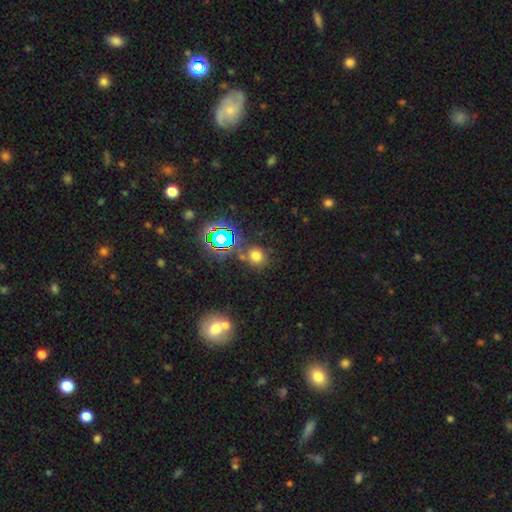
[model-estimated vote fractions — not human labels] This appears to be a smooth galaxy with no disk features (65%) that is round (83%). Merging: none (75%).